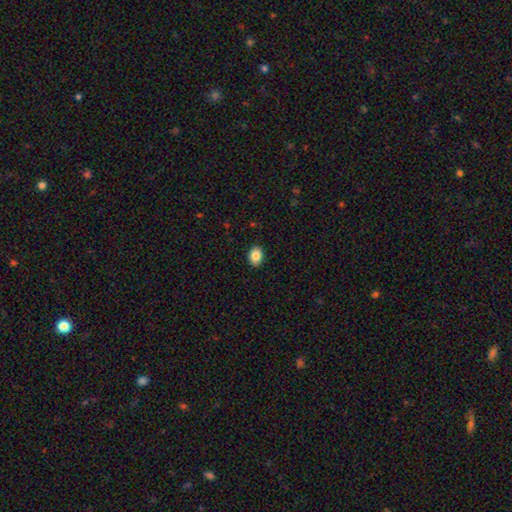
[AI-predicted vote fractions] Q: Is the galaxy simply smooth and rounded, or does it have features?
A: smooth — 85%.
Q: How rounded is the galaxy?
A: in between — 66%.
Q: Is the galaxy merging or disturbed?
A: none — 90%.